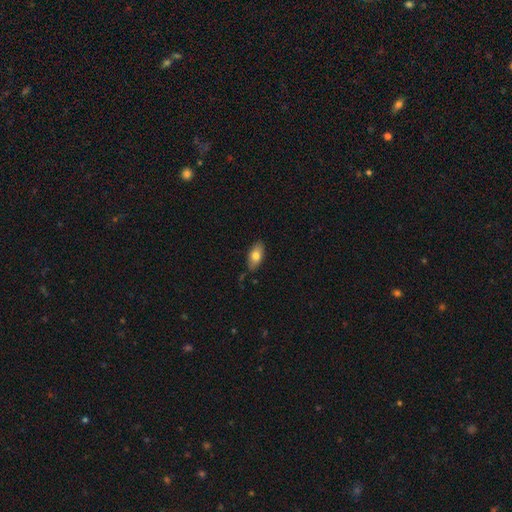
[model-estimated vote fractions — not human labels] A smooth galaxy with no disk features (75%) that is in between round and cigar-shaped (88%). Merging: none (79%).